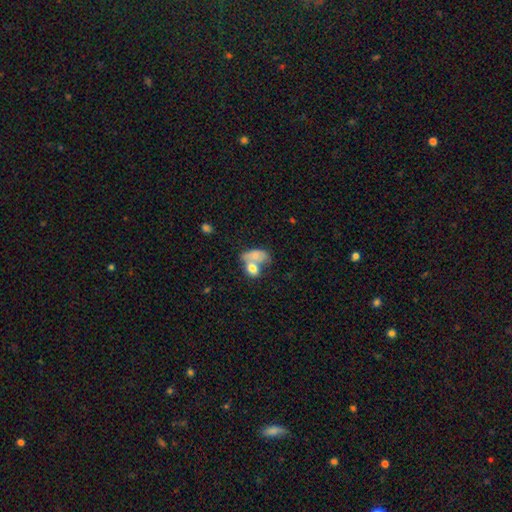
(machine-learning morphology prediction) This is likely a smooth galaxy (70%). How rounded: clearly in between (82%). Merging: likely merger (66%).